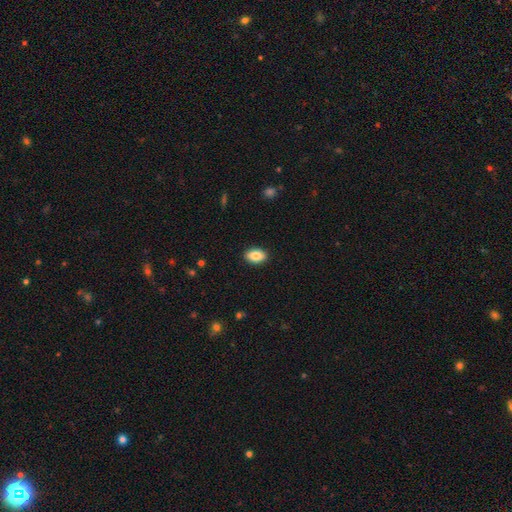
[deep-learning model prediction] Smooth or featured? smooth (85%)
How rounded? in between (88%)
Merging? none (90%)